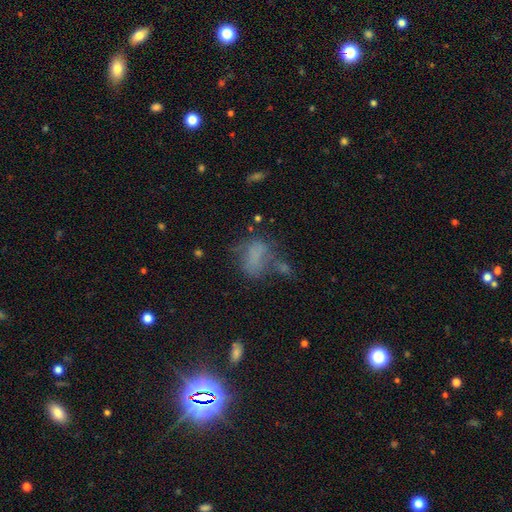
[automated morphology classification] Smooth or featured: smooth — 59% (featured or disk — 23%)
How rounded: in between — 78% (round — 19%)
Merging: none — 33% (major disturbance — 29%)